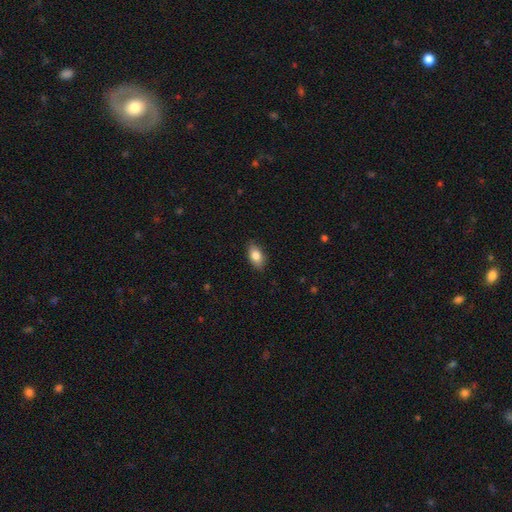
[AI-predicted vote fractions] smooth_or_featured: smooth (p=0.83) [alt: featured or disk p=0.10]
how_rounded: in between (p=0.90) [alt: round p=0.06]
merging: none (p=0.87) [alt: minor disturbance p=0.10]